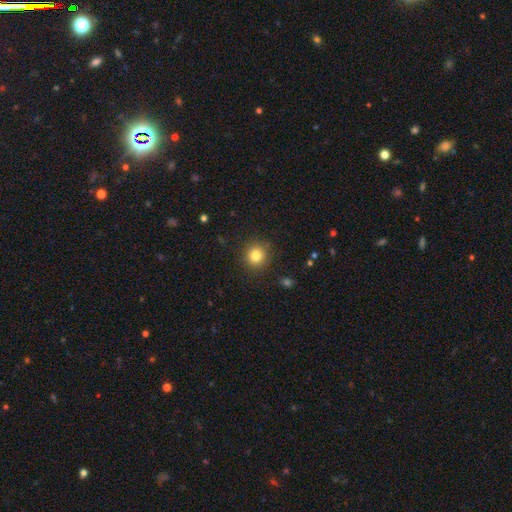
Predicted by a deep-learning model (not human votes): A smooth galaxy with no disk features (82%) that is round (91%). Merging: none (89%).